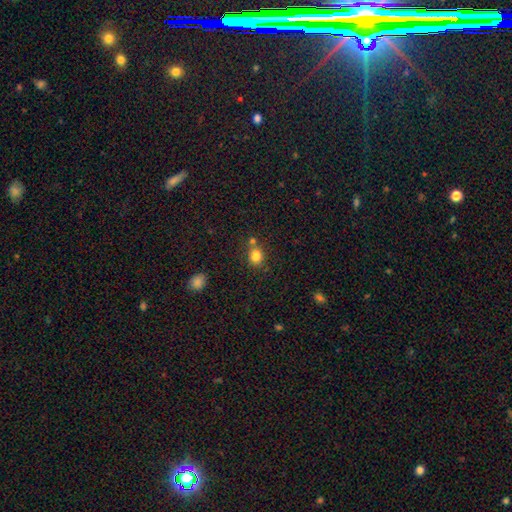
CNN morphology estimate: smooth_or_featured: smooth (p=0.83) [alt: star or artifact p=0.12]
how_rounded: round (p=0.71) [alt: in between p=0.28]
merging: none (p=0.66) [alt: merger p=0.19]